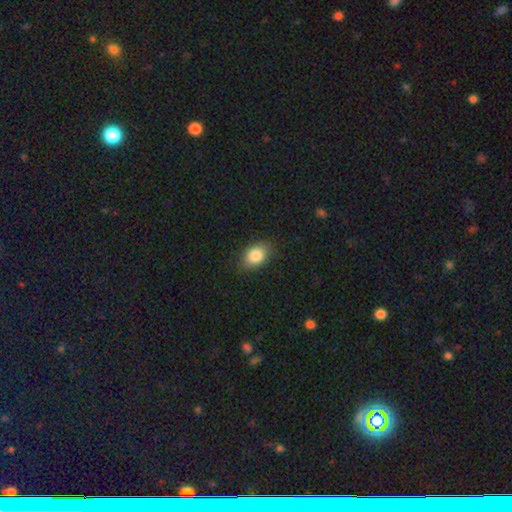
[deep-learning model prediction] Smooth or featured?
  - smooth: 84% *
  - star or artifact: 8%
  - featured or disk: 8%
How rounded?
  - in between: 81% *
  - round: 17%
  - cigar-shaped: 1%
Merging?
  - none: 82% *
  - minor disturbance: 14%
  - major disturbance: 3%
  - merger: 1%